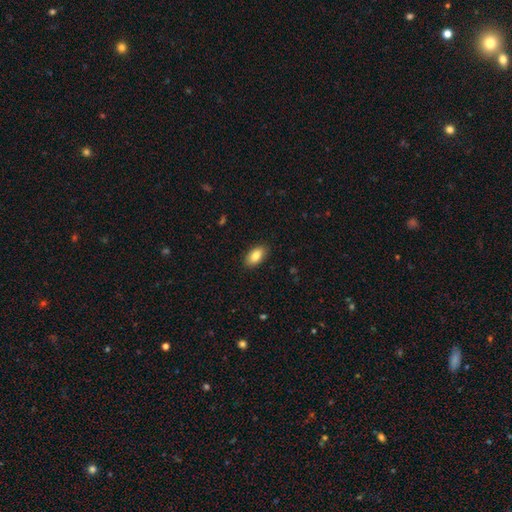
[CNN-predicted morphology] Smooth or featured? Predicted: smooth (p=0.86). How rounded? Predicted: in between (p=0.93). Merging? Predicted: none (p=0.89).